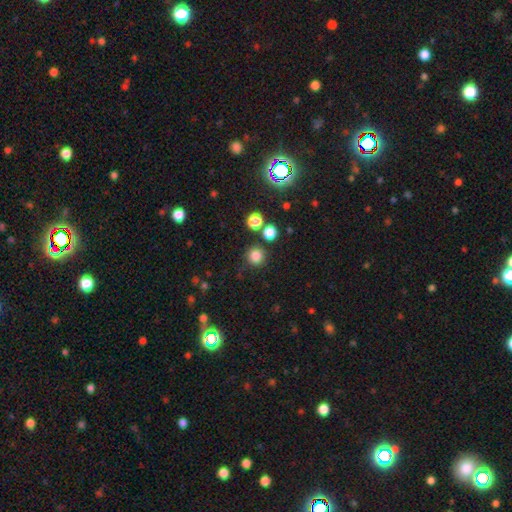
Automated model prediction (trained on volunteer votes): Overall: smooth (81%). How rounded: round (92%). Merging: none (83%).